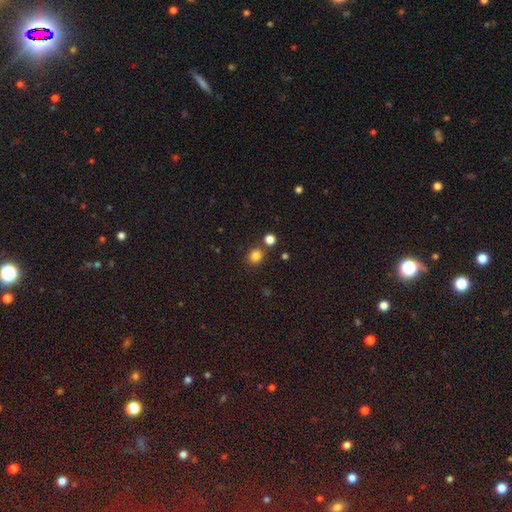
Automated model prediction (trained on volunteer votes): This appears to be a smooth galaxy with no disk features (81%) that is round (78%). Merging: none (77%).